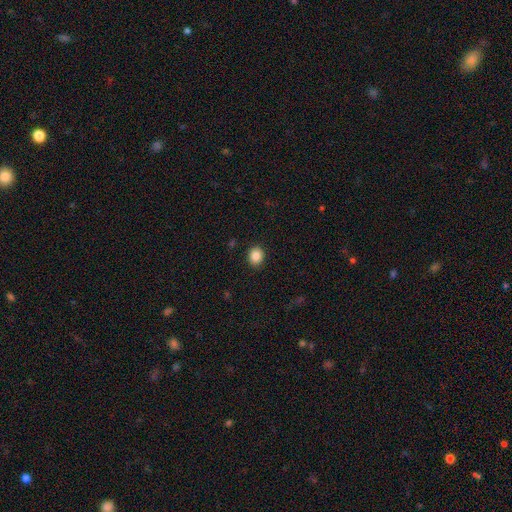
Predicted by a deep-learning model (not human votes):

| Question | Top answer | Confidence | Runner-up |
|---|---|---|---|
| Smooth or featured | smooth | 87% | star or artifact (9%) |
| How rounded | round | 71% | in between (28%) |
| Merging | none | 91% | minor disturbance (6%) |